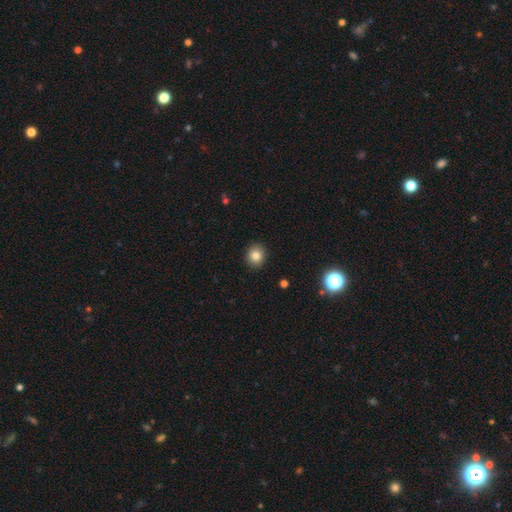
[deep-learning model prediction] Smooth or featured? smooth (83%)
How rounded? round (77%)
Merging? none (91%)